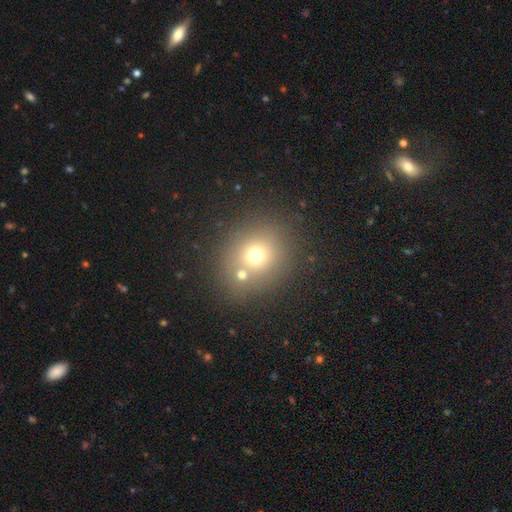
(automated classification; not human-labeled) Q: Smooth or featured?
A: smooth (67%); runner-up: star or artifact (19%)
Q: How rounded?
A: round (79%); runner-up: in between (20%)
Q: Merging?
A: none (66%); runner-up: merger (21%)